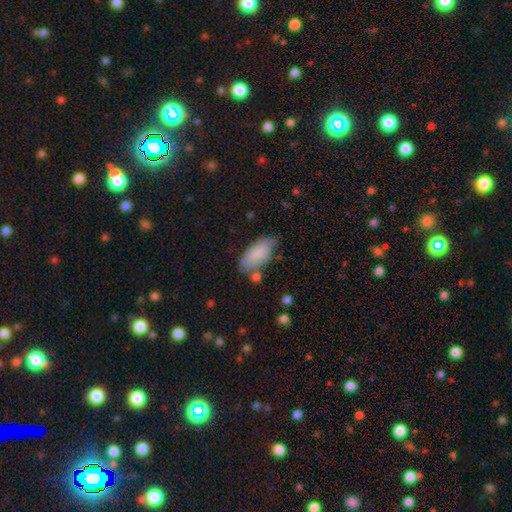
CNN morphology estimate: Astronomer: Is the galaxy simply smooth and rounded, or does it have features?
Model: smooth — 83%.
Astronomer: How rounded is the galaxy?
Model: in between — 91%.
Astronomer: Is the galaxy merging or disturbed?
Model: none — 60%.